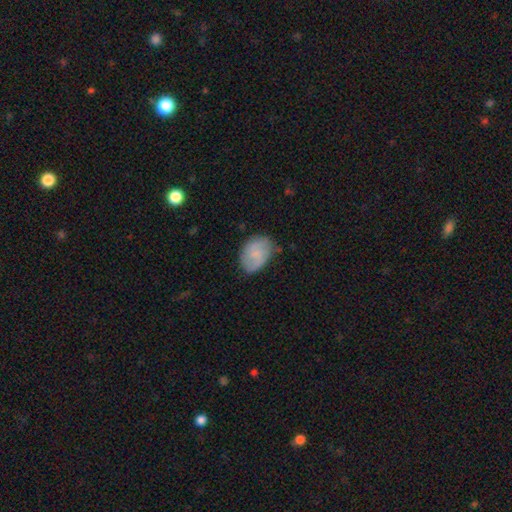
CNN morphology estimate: Smooth or featured?
  - smooth: 68% *
  - featured or disk: 25%
  - star or artifact: 7%
How rounded?
  - in between: 78% *
  - round: 21%
  - cigar-shaped: 1%
Merging?
  - none: 61% *
  - minor disturbance: 30%
  - major disturbance: 7%
  - merger: 2%